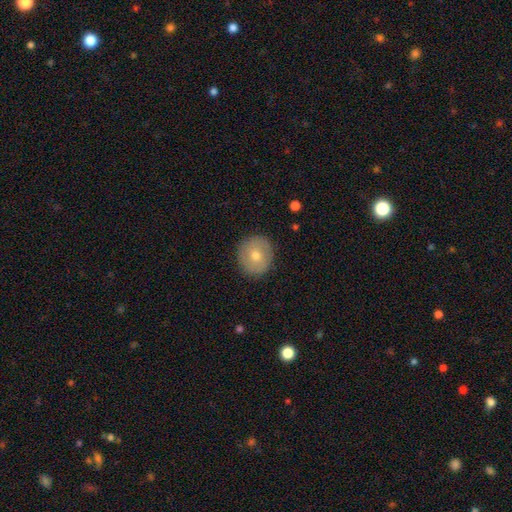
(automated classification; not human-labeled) Smooth or featured? Predicted: smooth (p=0.63). How rounded? Predicted: round (p=0.88). Merging? Predicted: none (p=0.89).